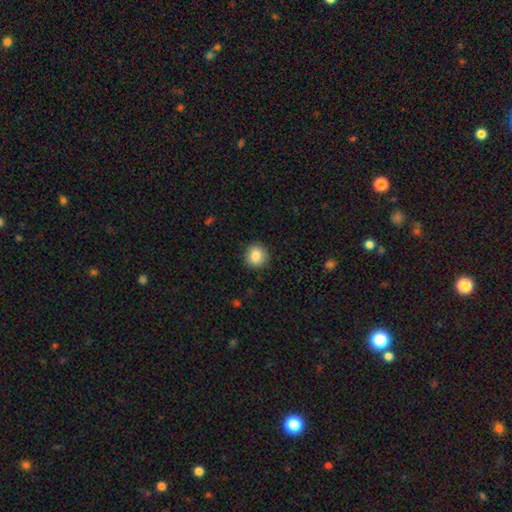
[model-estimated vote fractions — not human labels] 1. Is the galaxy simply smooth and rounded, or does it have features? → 86% smooth, 9% star or artifact, 5% featured or disk.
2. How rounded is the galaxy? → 89% round, 10% in between, 1% cigar-shaped.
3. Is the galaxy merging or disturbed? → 89% none, 8% minor disturbance, 2% major disturbance, 1% merger.